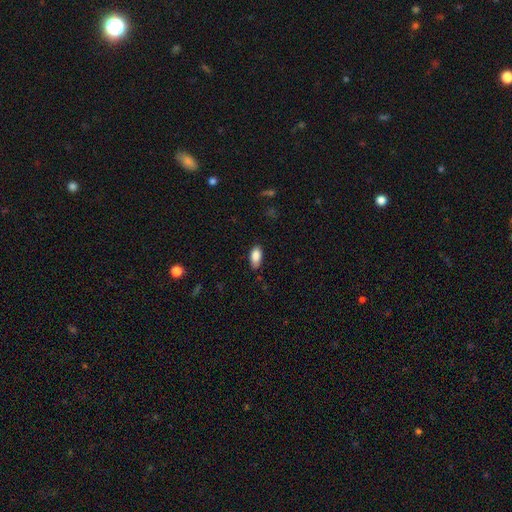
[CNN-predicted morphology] type=smooth (87%); roundness=in between (92%); merging=none (76%).